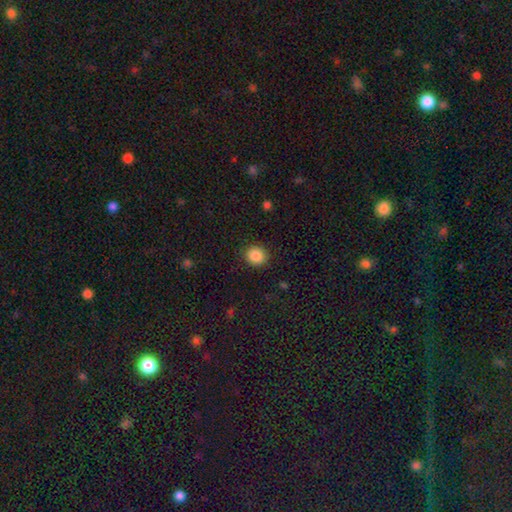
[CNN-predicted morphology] Smooth or featured? Predicted: smooth (p=0.87). How rounded? Predicted: round (p=0.85). Merging? Predicted: none (p=0.90).